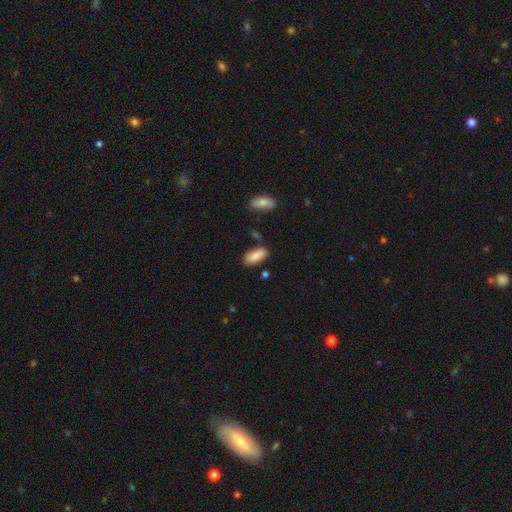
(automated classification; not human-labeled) smooth_or_featured: smooth (p=0.86) [alt: featured or disk p=0.08]
how_rounded: in between (p=0.84) [alt: cigar-shaped p=0.14]
merging: none (p=0.75) [alt: minor disturbance p=0.17]